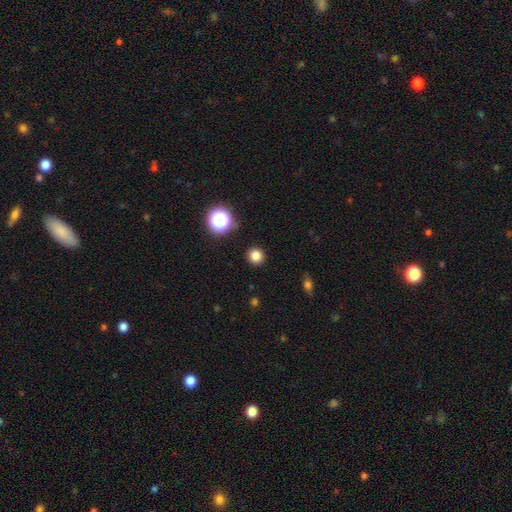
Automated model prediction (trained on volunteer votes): Overall: smooth (82%). How rounded: round (95%). Merging: none (92%).